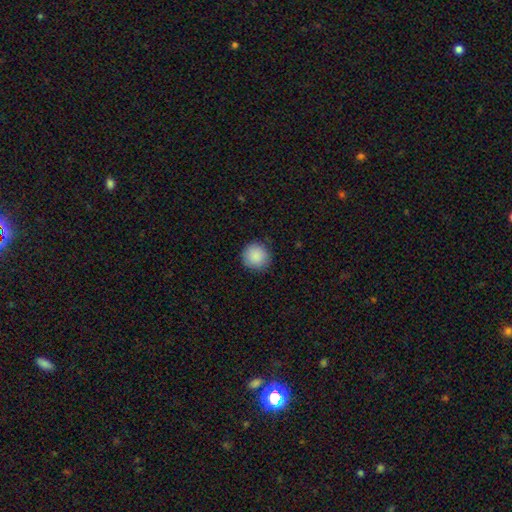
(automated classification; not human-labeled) Smooth or featured?
  - smooth: 89% *
  - star or artifact: 8%
  - featured or disk: 3%
How rounded?
  - round: 95% *
  - in between: 4%
  - cigar-shaped: 1%
Merging?
  - none: 89% *
  - minor disturbance: 8%
  - major disturbance: 2%
  - merger: 1%